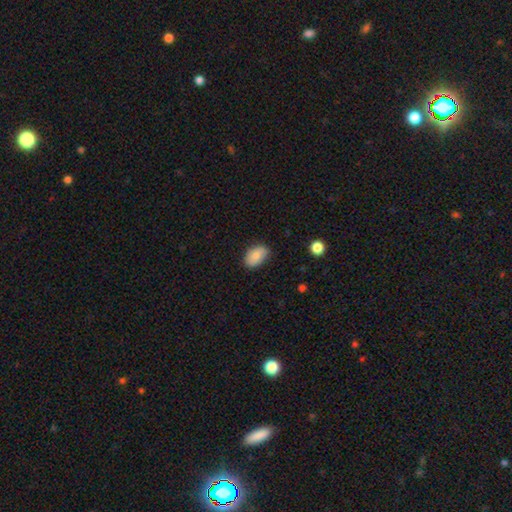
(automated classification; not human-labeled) smooth-or-featured: smooth: 84% | featured or disk: 9% | star or artifact: 7%
  how-rounded: in between: 89% | round: 10% | cigar-shaped: 1%
  merging: none: 79% | minor disturbance: 17% | major disturbance: 3% | merger: 1%